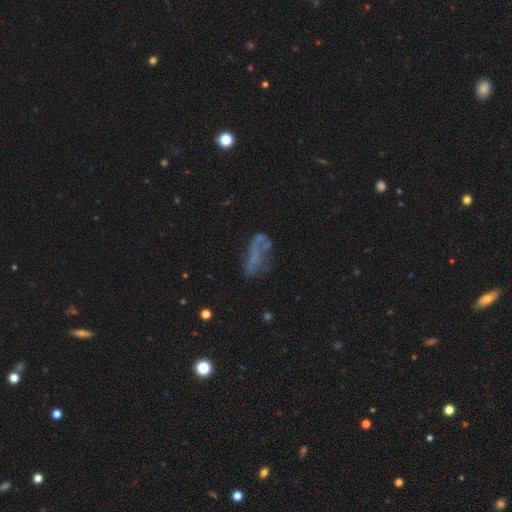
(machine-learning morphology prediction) Smooth or featured? Predicted: featured or disk (p=0.44). Merging? Predicted: none (p=0.40).